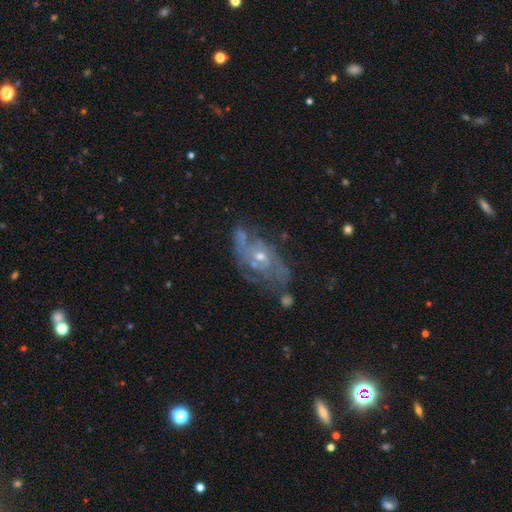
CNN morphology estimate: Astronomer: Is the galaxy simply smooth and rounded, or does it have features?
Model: featured or disk — 70%.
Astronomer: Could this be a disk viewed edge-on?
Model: no — 91%.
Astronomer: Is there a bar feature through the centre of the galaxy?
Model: no — 76%.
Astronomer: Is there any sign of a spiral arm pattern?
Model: yes — 80%.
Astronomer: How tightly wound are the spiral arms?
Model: medium — 40% (runner-up: tight, 37%).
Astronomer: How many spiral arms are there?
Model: can't tell — 38% (runner-up: 2, 37%).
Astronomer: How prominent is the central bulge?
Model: small — 57% (runner-up: moderate, 38%).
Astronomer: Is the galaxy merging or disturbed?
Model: none — 65%.